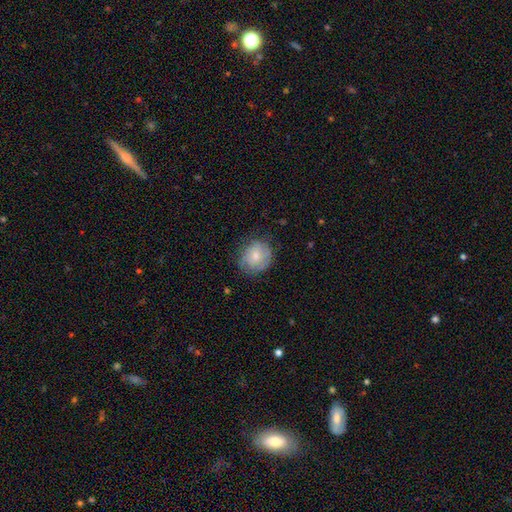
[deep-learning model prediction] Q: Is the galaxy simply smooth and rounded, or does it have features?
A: smooth — 68%.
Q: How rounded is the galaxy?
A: round — 76%.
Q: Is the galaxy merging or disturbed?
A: none — 71%.